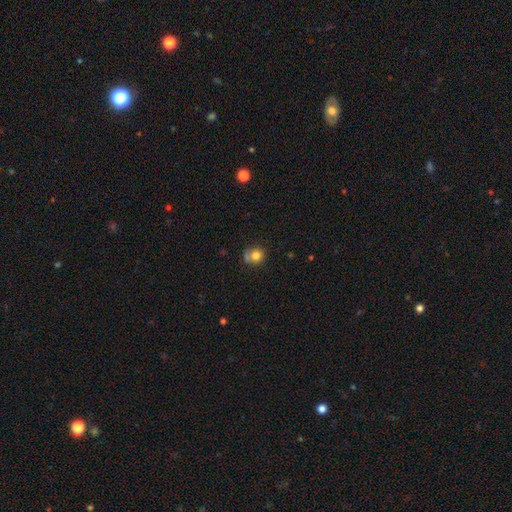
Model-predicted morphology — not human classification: Q: Smooth or featured?
A: smooth (78%); runner-up: featured or disk (11%)
Q: How rounded?
A: round (80%); runner-up: in between (19%)
Q: Merging?
A: none (54%); runner-up: minor disturbance (21%)